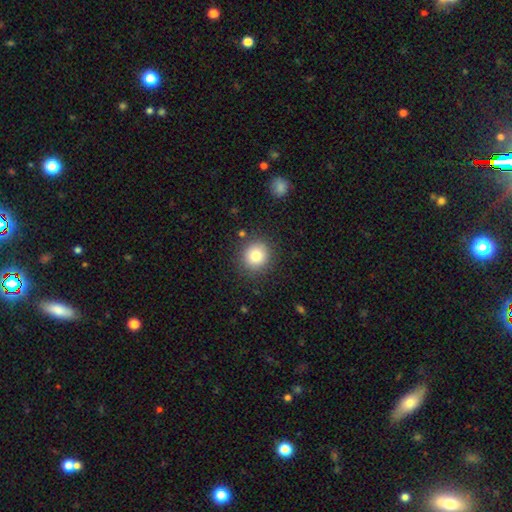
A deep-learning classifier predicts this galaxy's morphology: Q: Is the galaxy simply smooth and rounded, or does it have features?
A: smooth — 80%.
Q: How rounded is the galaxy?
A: round — 88%.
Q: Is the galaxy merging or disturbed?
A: none — 87%.